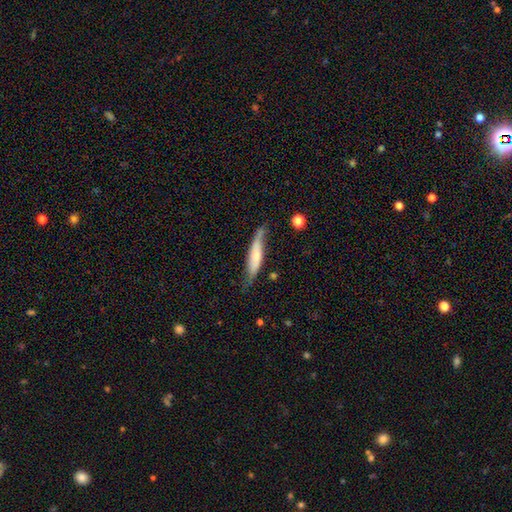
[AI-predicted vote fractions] Smooth or featured? Predicted: smooth (p=0.54). How rounded? Predicted: cigar-shaped (p=0.81). Merging? Predicted: none (p=0.57).